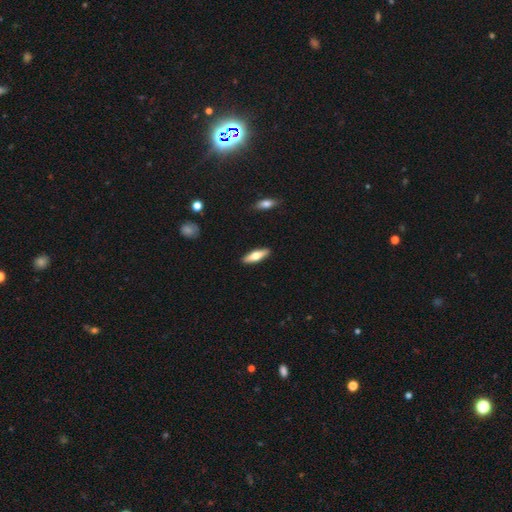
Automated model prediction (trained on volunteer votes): smooth_or_featured: smooth (p=0.61) [alt: featured or disk p=0.34]
how_rounded: cigar-shaped (p=0.50) [alt: in between p=0.48]
merging: none (p=0.90) [alt: minor disturbance p=0.07]